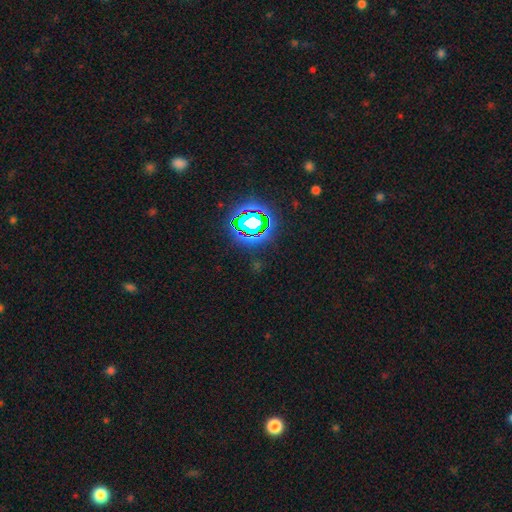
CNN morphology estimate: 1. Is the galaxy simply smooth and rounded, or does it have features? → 79% star or artifact, 13% smooth, 7% featured or disk.